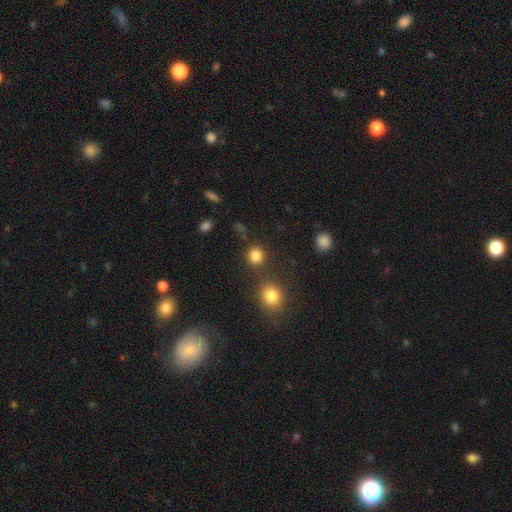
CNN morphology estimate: The model was most divided on "merging": none: 79%, merger: 9%, minor disturbance: 8%, major disturbance: 4%. More confident: how rounded — round (87%); smooth or featured — smooth (84%).